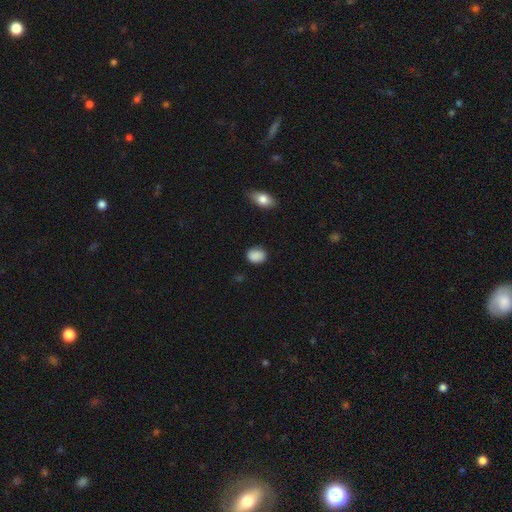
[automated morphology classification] Smooth or featured? smooth (89%)
How rounded? in between (55%)
Merging? none (84%)